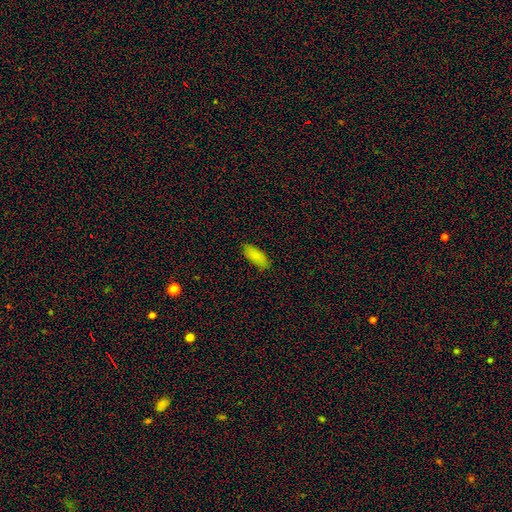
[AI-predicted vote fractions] Smooth or featured?
  - smooth: 87% *
  - star or artifact: 8%
  - featured or disk: 6%
How rounded?
  - in between: 82% *
  - cigar-shaped: 16%
  - round: 2%
Merging?
  - none: 84% *
  - minor disturbance: 13%
  - major disturbance: 2%
  - merger: 1%